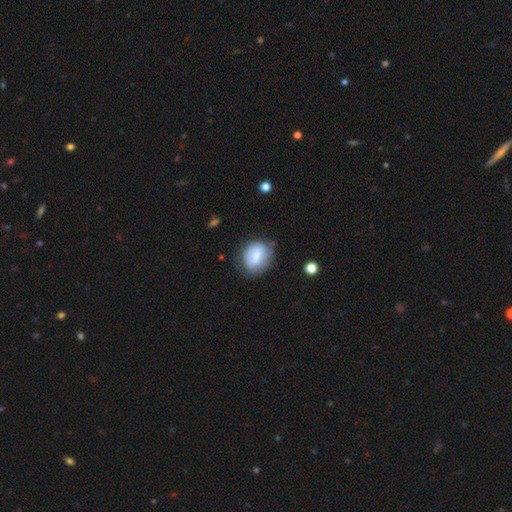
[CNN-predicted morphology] Overall: smooth (69%). How rounded: in between (52%; round 47%). Merging: none (67%).